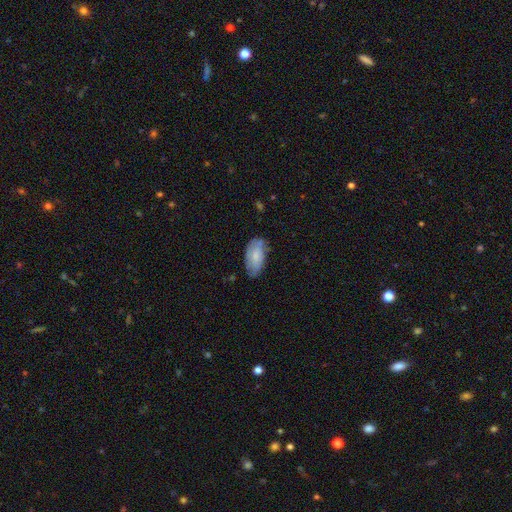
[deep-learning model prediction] smooth_or_featured: smooth (p=0.67) [alt: featured or disk p=0.27]
how_rounded: in between (p=0.93) [alt: cigar-shaped p=0.04]
merging: none (p=0.63) [alt: minor disturbance p=0.28]